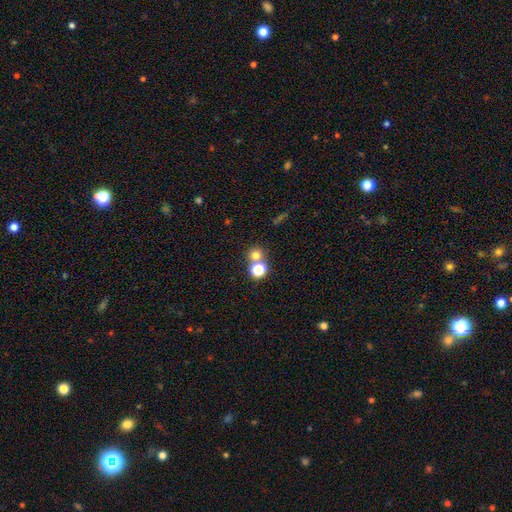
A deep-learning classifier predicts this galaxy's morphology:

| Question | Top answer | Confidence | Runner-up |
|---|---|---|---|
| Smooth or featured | smooth | 72% | star or artifact (20%) |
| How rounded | round | 88% | in between (11%) |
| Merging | none | 58% | merger (33%) |